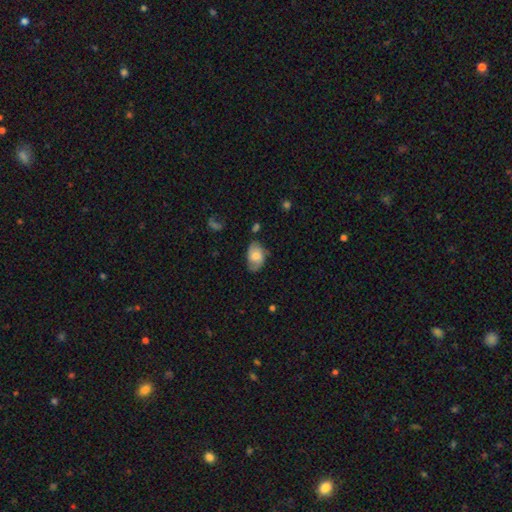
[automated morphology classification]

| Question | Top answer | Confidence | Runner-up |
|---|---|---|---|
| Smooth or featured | smooth | 59% | featured or disk (34%) |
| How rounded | in between | 88% | round (11%) |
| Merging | none | 62% | minor disturbance (28%) |